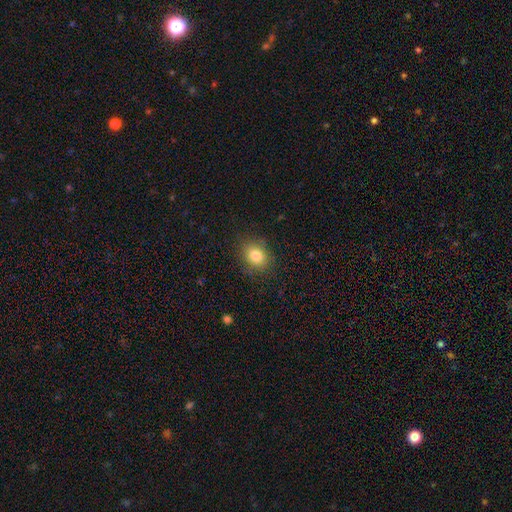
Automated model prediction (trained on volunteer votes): smooth-or-featured: smooth: 82% | star or artifact: 11% | featured or disk: 8%
  how-rounded: round: 55% | in between: 44% | cigar-shaped: 1%
  merging: none: 85% | minor disturbance: 11% | major disturbance: 3% | merger: 1%